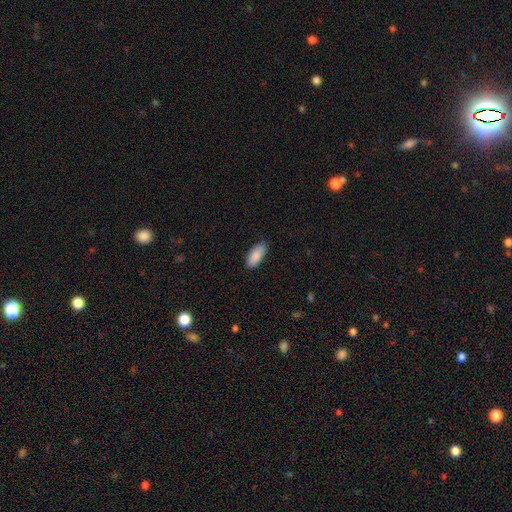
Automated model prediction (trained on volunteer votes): Q: Smooth or featured?
A: smooth (89%); runner-up: star or artifact (6%)
Q: How rounded?
A: in between (89%); runner-up: cigar-shaped (9%)
Q: Merging?
A: none (83%); runner-up: minor disturbance (14%)